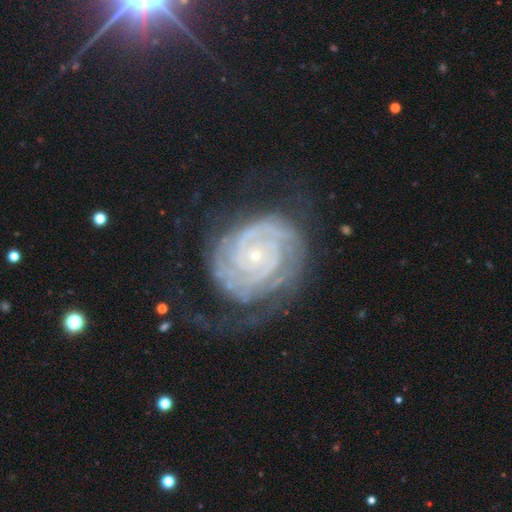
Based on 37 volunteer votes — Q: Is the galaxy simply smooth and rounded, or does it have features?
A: featured or disk — 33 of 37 (89%).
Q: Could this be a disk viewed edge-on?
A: no — 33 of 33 (100%).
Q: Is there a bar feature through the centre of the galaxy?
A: no — 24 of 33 (73%).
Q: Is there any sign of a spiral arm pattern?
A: yes — 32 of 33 (97%).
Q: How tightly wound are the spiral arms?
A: tight — 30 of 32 (94%).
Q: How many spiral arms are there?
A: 2 — 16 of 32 (50%).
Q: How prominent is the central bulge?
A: small — 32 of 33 (97%).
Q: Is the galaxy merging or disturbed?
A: none — 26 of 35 (74%).